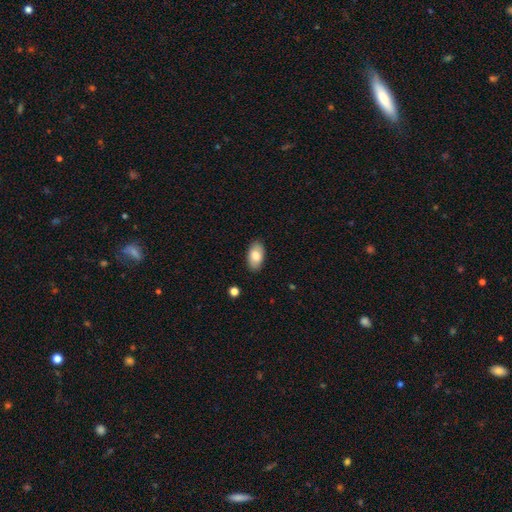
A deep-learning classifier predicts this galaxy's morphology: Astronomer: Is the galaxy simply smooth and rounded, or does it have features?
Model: smooth — 84%.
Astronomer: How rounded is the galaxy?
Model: in between — 94%.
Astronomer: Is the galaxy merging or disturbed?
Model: none — 87%.